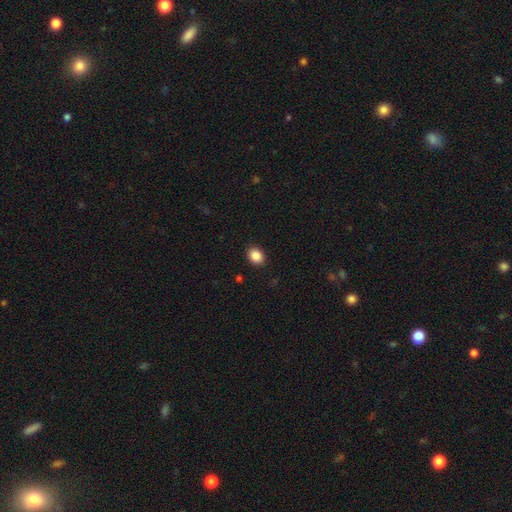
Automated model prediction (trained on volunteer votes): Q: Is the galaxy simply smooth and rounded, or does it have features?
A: smooth — 88%.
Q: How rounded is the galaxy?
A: in between — 55%.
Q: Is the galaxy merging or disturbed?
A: none — 90%.